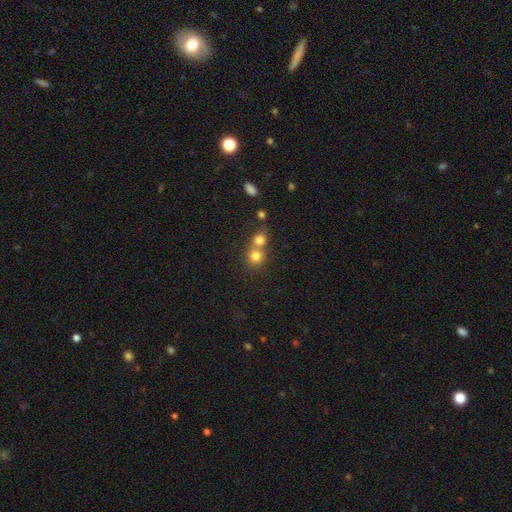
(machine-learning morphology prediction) A smooth galaxy with no disk features (78%) that is round (86%). Merging: merger (53%).